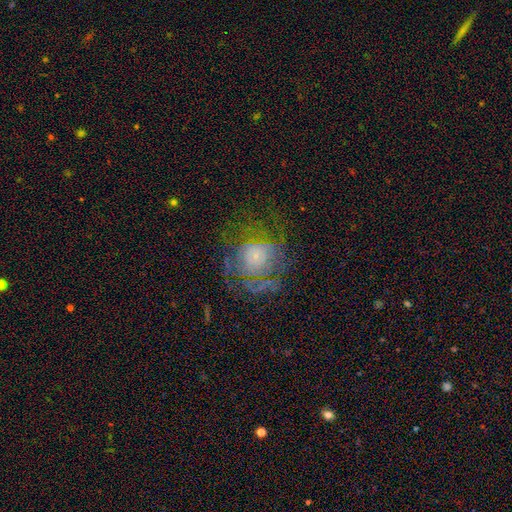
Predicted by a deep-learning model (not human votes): The model was most divided on "bulge size": small: 44%, moderate: 27%, large: 13%, none: 12%, dominant: 3%. More confident: edge-on disk — no (96%); bar — no (82%); spiral arms — yes (64%); merging — none (60%); smooth or featured — featured or disk (53%).